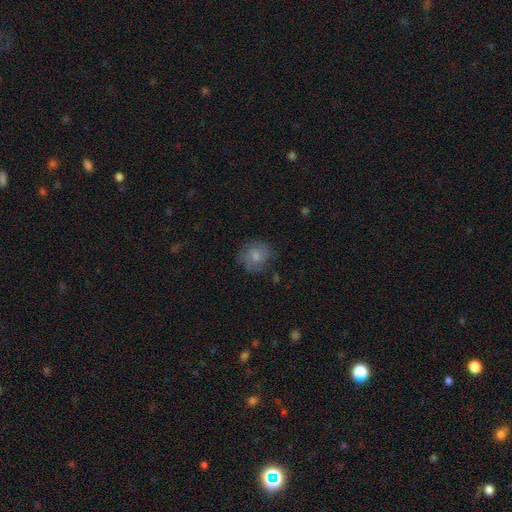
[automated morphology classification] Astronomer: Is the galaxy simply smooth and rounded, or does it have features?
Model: smooth — 66%.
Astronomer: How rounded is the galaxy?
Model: round — 78%.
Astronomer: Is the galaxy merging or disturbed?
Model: none — 68%.